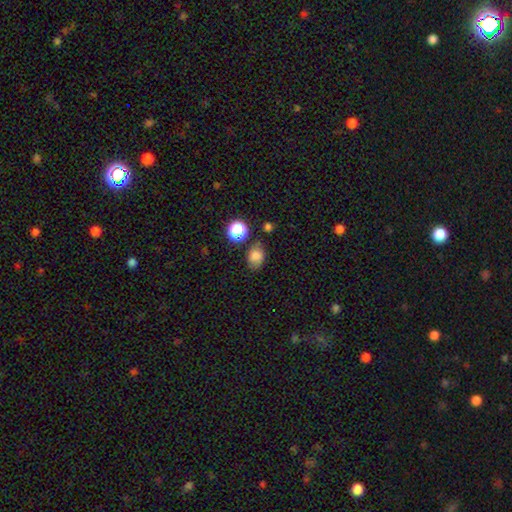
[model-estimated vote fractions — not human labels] Q: Smooth or featured?
A: smooth (79%); runner-up: star or artifact (13%)
Q: How rounded?
A: in between (64%); runner-up: round (35%)
Q: Merging?
A: none (70%); runner-up: minor disturbance (19%)